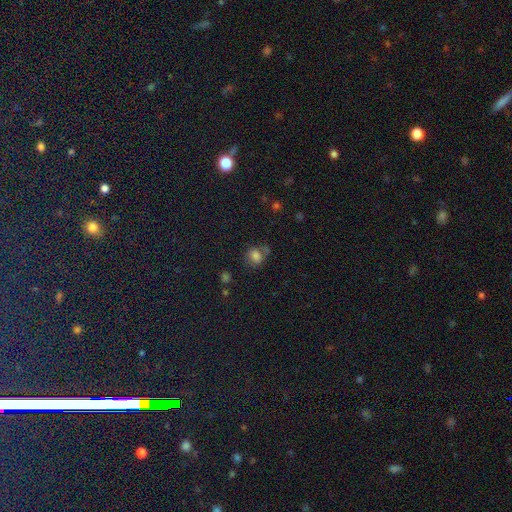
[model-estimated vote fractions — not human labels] smooth_or_featured: smooth (p=0.75) [alt: star or artifact p=0.16]
how_rounded: round (p=0.64) [alt: in between p=0.35]
merging: none (p=0.56) [alt: minor disturbance p=0.20]